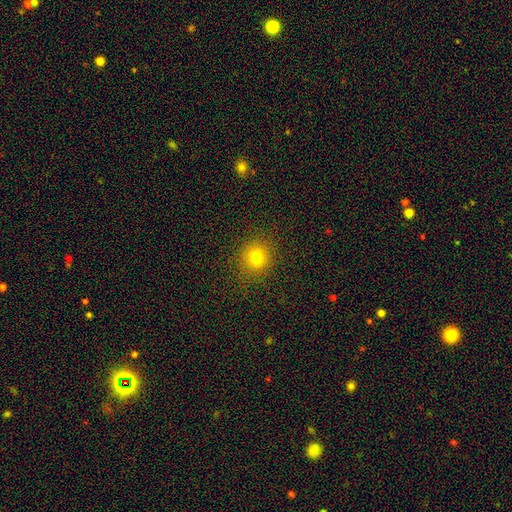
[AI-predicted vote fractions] This appears to be a smooth galaxy with no disk features (71%) that is round (77%). Merging: none (57%).